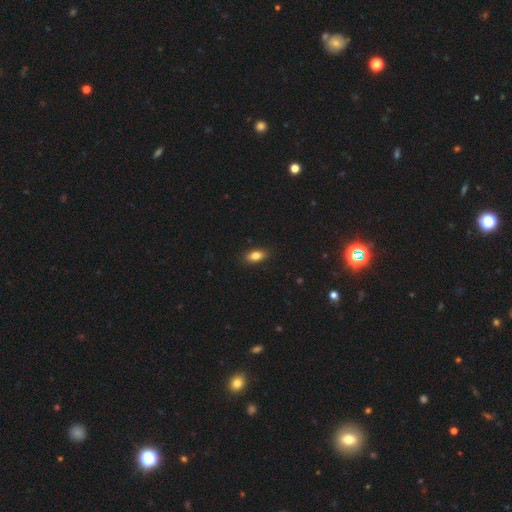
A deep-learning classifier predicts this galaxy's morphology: Smooth or featured: smooth — 83% (featured or disk — 9%)
How rounded: in between — 88% (cigar-shaped — 7%)
Merging: none — 88% (minor disturbance — 9%)